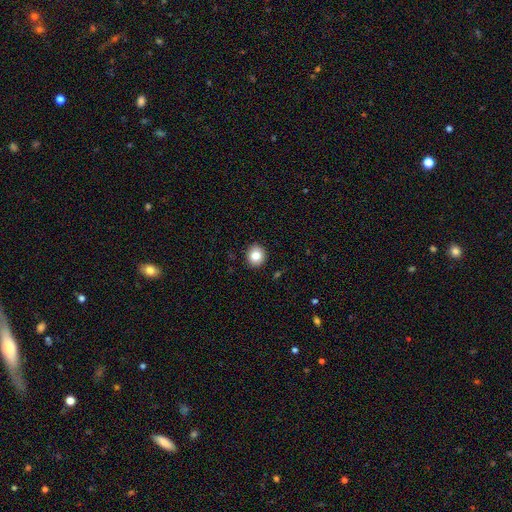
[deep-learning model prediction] Morphology: type=smooth (84%); roundness=round (84%); merging=none (92%).